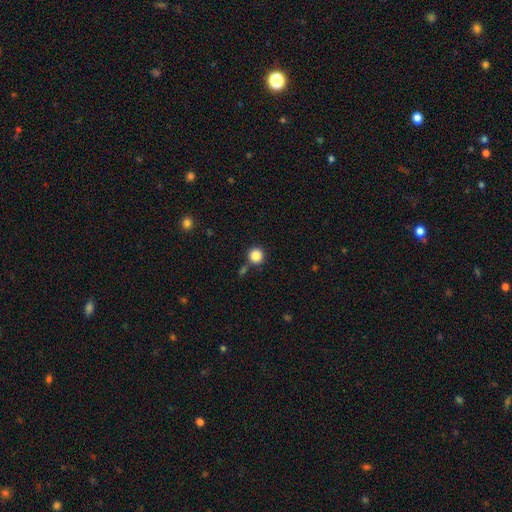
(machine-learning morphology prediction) The model was most divided on "merging": none: 80%, minor disturbance: 9%, merger: 8%, major disturbance: 3%. More confident: how rounded — round (93%); smooth or featured — smooth (87%).